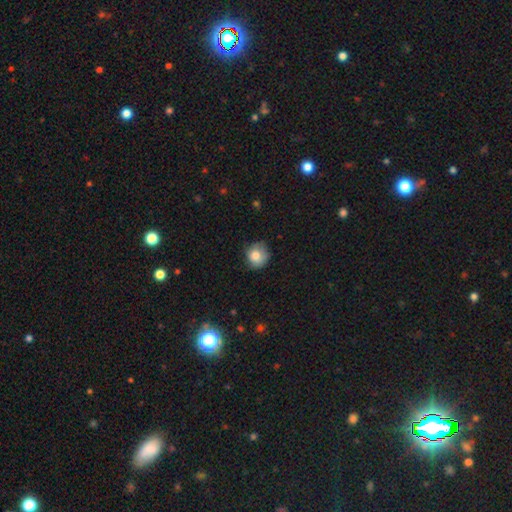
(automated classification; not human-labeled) smooth_or_featured: smooth (p=0.79) [alt: featured or disk p=0.12]
how_rounded: round (p=0.84) [alt: in between p=0.15]
merging: none (p=0.68) [alt: minor disturbance p=0.26]